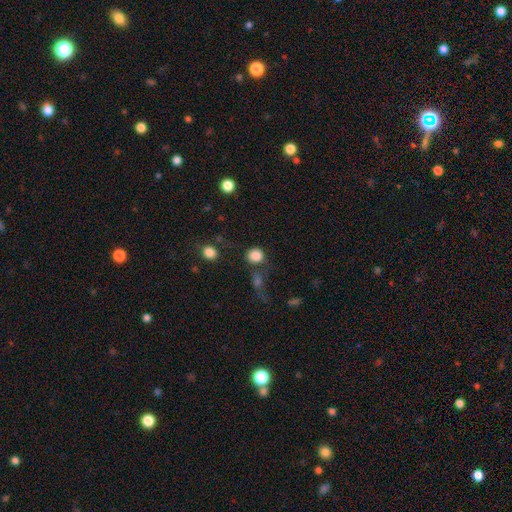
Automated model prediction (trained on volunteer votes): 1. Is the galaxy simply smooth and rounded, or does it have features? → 85% smooth, 10% star or artifact, 5% featured or disk.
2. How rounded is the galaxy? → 86% round, 13% in between, 1% cigar-shaped.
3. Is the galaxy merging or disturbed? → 69% none, 12% merger, 12% minor disturbance, 7% major disturbance.